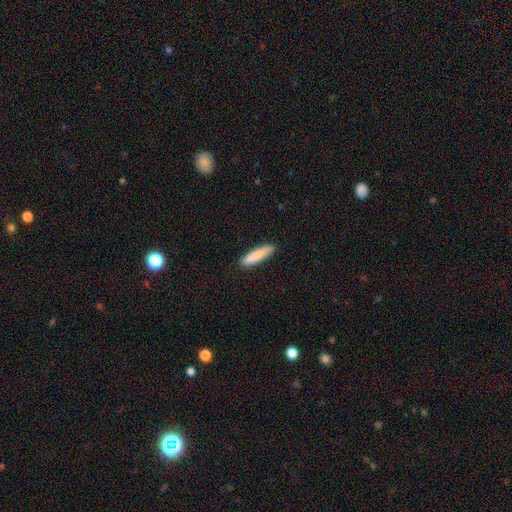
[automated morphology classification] Smooth or featured? Predicted: smooth (p=0.86). How rounded? Predicted: cigar-shaped (p=0.83). Merging? Predicted: none (p=0.89).